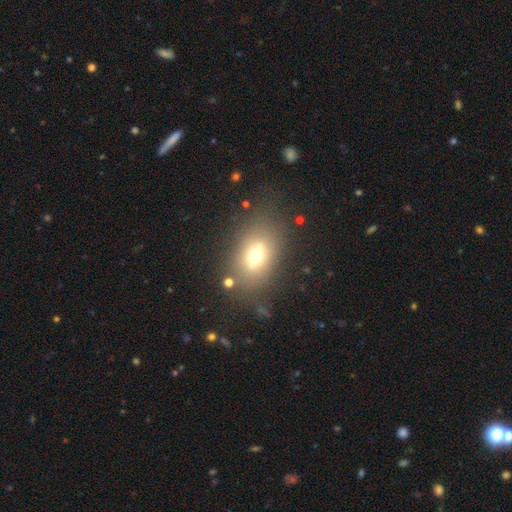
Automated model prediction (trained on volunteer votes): The model was most divided on "smooth or featured": smooth: 51%, featured or disk: 36%, star or artifact: 14%. More confident: how rounded — in between (76%); merging — none (75%).